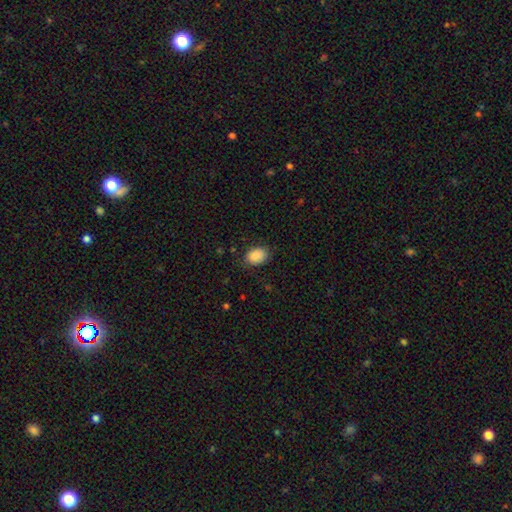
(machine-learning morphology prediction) A smooth galaxy with no disk features (88%) that is in between round and cigar-shaped (74%). Merging: none (79%).